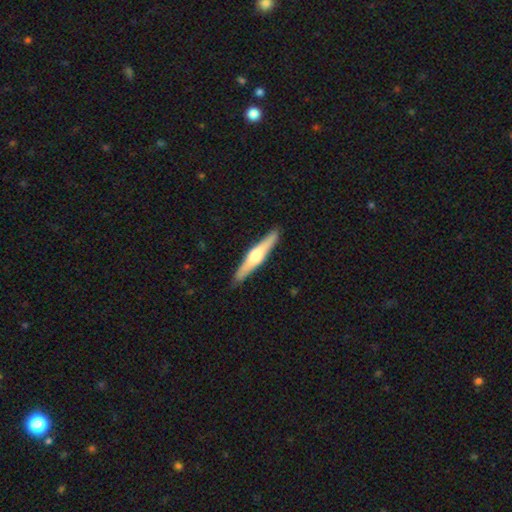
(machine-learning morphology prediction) A featured or disk galaxy (57%) viewed edge-on (96%) with a rounded central bulge (84%).

Vote fractions:
- Smooth or featured? featured or disk: 57% / smooth: 38% / star or artifact: 5%
- Edge-on disk? yes: 96% / no: 4%
- Edge-on bulge? rounded: 84% / boxy: 10% / none: 6%
- Merging? none: 90% / minor disturbance: 8% / major disturbance: 1% / merger: 1%